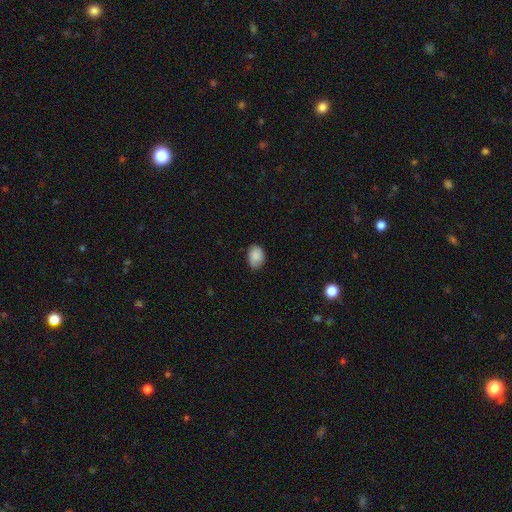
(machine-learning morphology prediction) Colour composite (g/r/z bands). It shows a smooth galaxy with no disk features (86%) that is in between round and cigar-shaped (72%). Merging: none (75%).